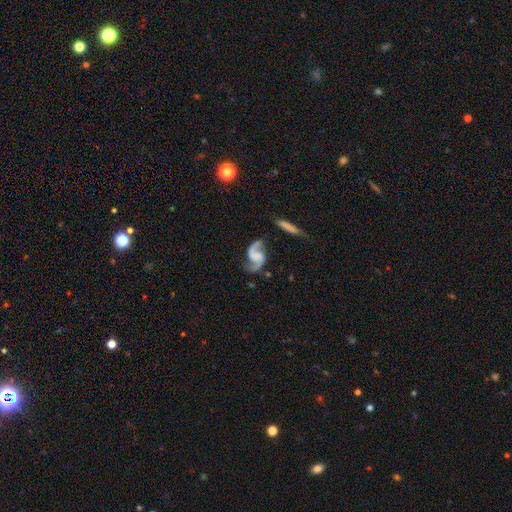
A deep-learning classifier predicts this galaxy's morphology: featured or disk 90%, smooth 6%, star or artifact 5%. Down the decision tree: edge-on disk — no (98%); bar — no (50%); spiral arms — yes (97%); spiral arm count — 2 (93%); spiral winding — loose (50%); bulge size — none (65%); merging — none (71%).